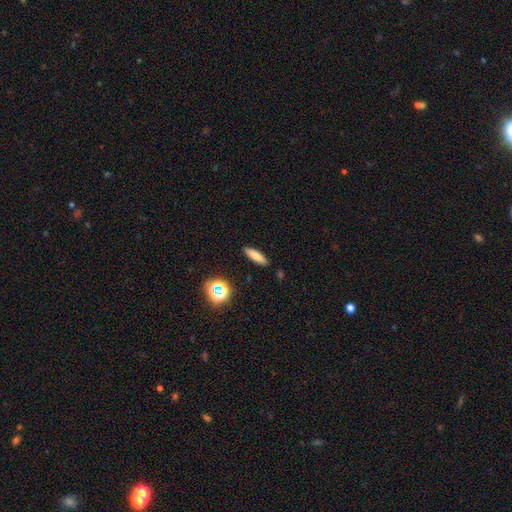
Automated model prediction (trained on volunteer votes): smooth-or-featured: smooth: 76% | featured or disk: 13% | star or artifact: 11%
  how-rounded: cigar-shaped: 62% | in between: 35% | round: 3%
  merging: none: 89% | minor disturbance: 8% | major disturbance: 2% | merger: 2%